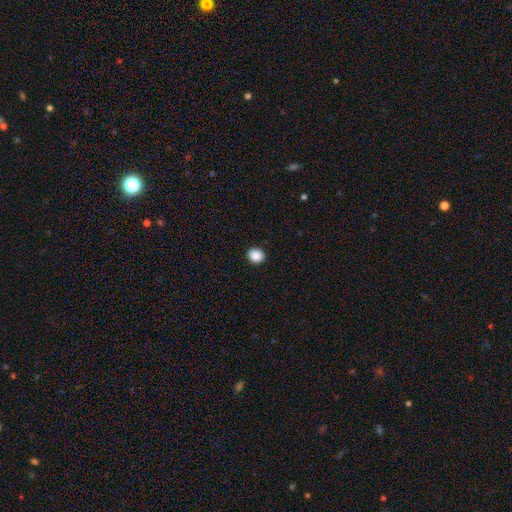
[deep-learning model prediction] Smooth or featured? Predicted: smooth (p=0.88). How rounded? Predicted: round (p=0.76). Merging? Predicted: none (p=0.92).